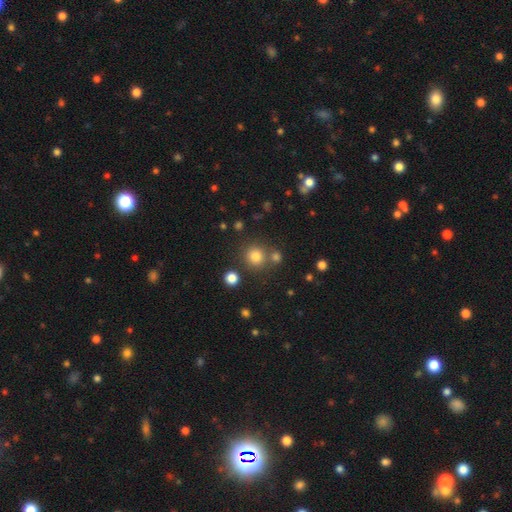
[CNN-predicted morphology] smooth-or-featured: smooth: 80% | star or artifact: 14% | featured or disk: 6%
  how-rounded: round: 91% | in between: 8% | cigar-shaped: 1%
  merging: none: 75% | merger: 14% | minor disturbance: 8% | major disturbance: 3%